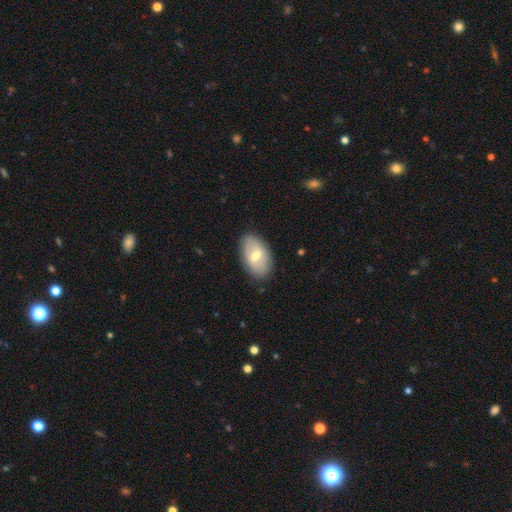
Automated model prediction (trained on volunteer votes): Q: Smooth or featured?
A: smooth (55%); runner-up: featured or disk (39%)
Q: How rounded?
A: in between (92%); runner-up: round (7%)
Q: Merging?
A: none (83%); runner-up: minor disturbance (13%)